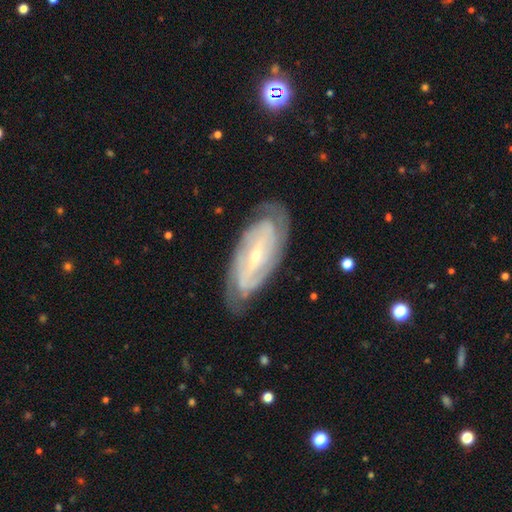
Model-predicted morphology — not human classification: The model was most divided on "bar": strong: 40%, weak: 37%, no: 23%. Remaining: spiral arms — yes (95%); edge-on disk — no (93%); smooth or featured — featured or disk (87%); merging — none (76%); bulge size — small (74%); spiral winding — tight (67%); spiral arm count — 2 (49%).